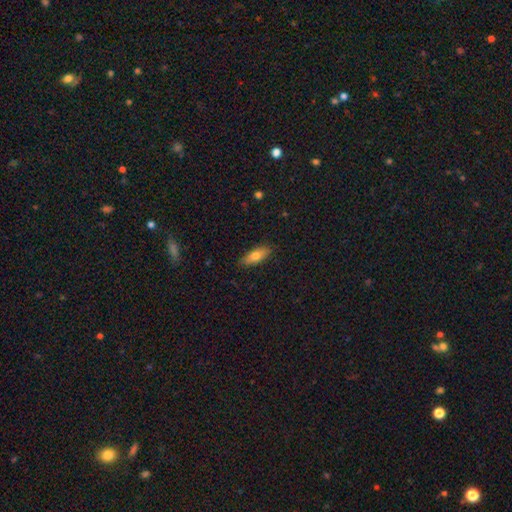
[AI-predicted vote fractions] Overall: smooth (72%). How rounded: in between (67%; cigar-shaped 31%). Merging: none (86%).